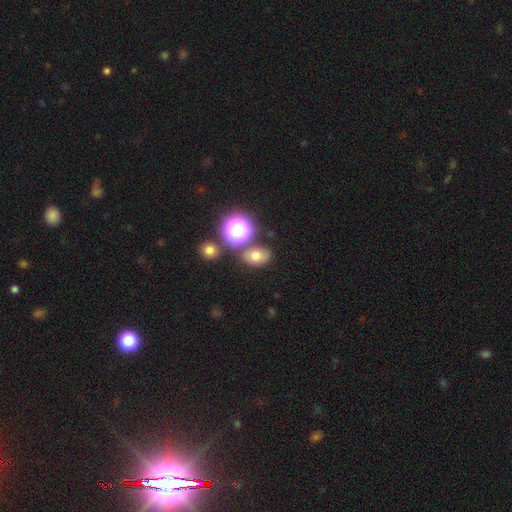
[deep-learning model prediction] The model was most divided on "how rounded": in between: 66%, round: 33%, cigar-shaped: 1%. More confident: merging — none (70%); smooth or featured — smooth (67%).